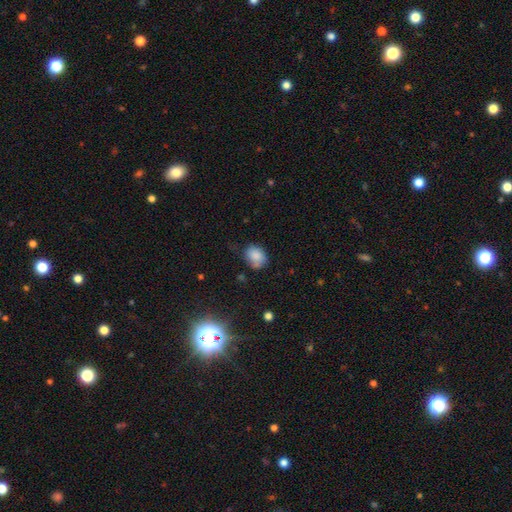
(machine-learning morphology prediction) type=smooth (83%); roundness=in between (57%); merging=none (65%).